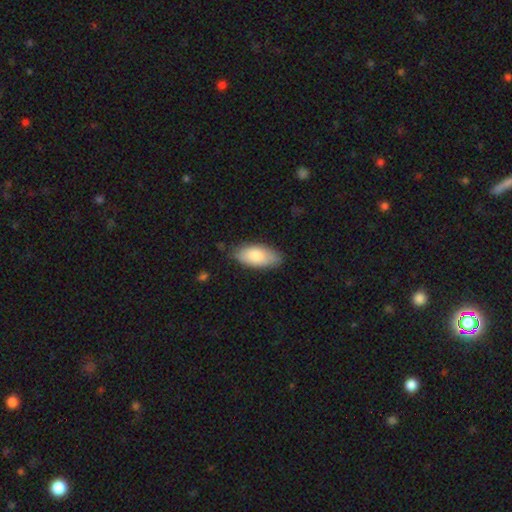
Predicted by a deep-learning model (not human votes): Smooth or featured? smooth (83%)
How rounded? in between (90%)
Merging? none (76%)